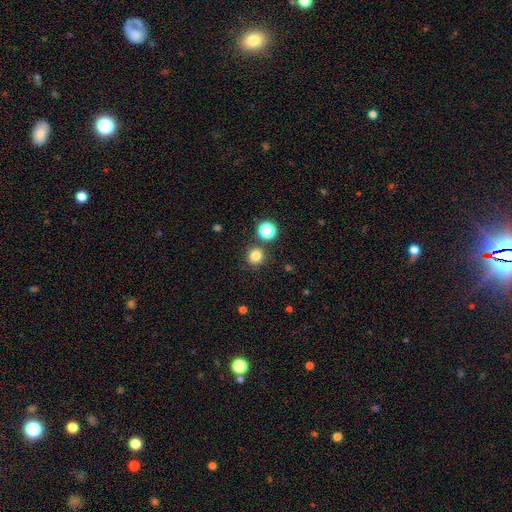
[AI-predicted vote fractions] smooth-or-featured: smooth: 80% | star or artifact: 15% | featured or disk: 5%
  how-rounded: round: 92% | in between: 7% | cigar-shaped: 1%
  merging: none: 84% | minor disturbance: 7% | merger: 6% | major disturbance: 3%